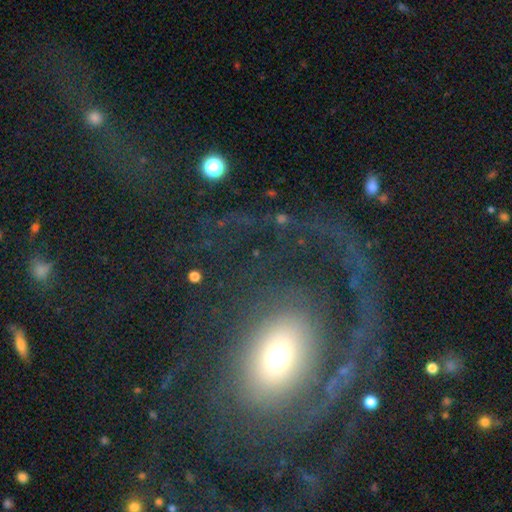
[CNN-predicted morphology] smooth-or-featured: featured or disk: 61% | smooth: 26% | star or artifact: 12%
  disk-edge-on: no: 95% | yes: 5%
    bar: no: 73% | weak: 18% | strong: 9%
    has-spiral-arms: yes: 63% | no: 37%
    bulge-size: moderate: 56% | small: 22% | large: 15% | dominant: 5% | none: 2%
  merging: none: 47% | major disturbance: 38% | minor disturbance: 11% | merger: 4%